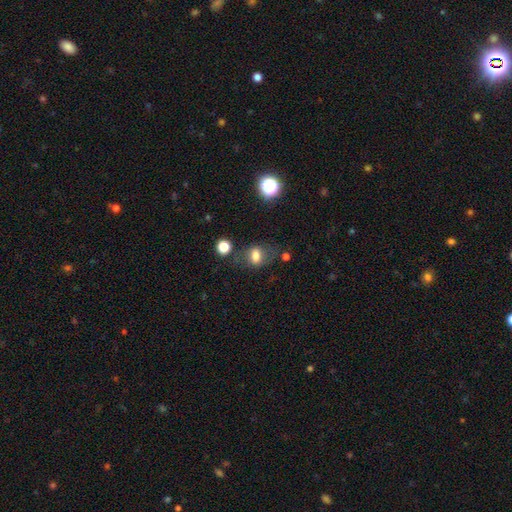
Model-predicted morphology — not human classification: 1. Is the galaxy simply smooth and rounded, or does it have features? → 71% smooth, 16% featured or disk, 13% star or artifact.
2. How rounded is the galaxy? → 68% in between, 30% round, 2% cigar-shaped.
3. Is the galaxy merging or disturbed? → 65% none, 19% minor disturbance, 10% major disturbance, 6% merger.